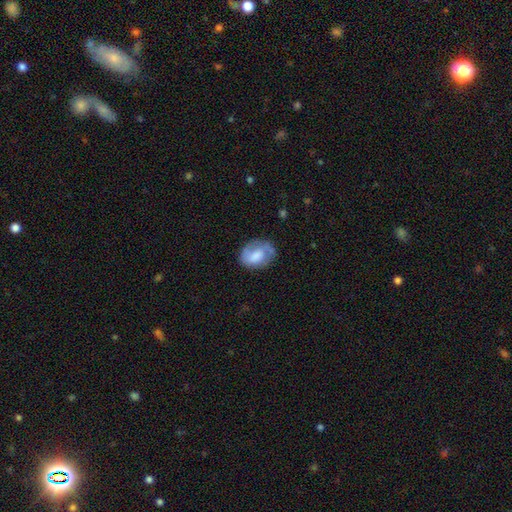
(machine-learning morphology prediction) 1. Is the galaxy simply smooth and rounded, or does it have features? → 53% smooth, 40% featured or disk, 7% star or artifact.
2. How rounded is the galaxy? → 71% in between, 27% round, 1% cigar-shaped.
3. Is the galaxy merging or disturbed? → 62% none, 24% minor disturbance, 11% major disturbance, 2% merger.